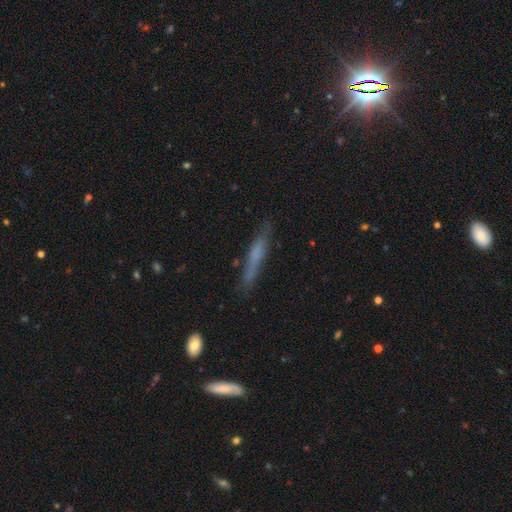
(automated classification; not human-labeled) Smooth or featured?
  - smooth: 53% *
  - featured or disk: 38%
  - star or artifact: 10%
How rounded?
  - cigar-shaped: 91% *
  - in between: 7%
  - round: 2%
Merging?
  - none: 75% *
  - minor disturbance: 18%
  - major disturbance: 5%
  - merger: 2%